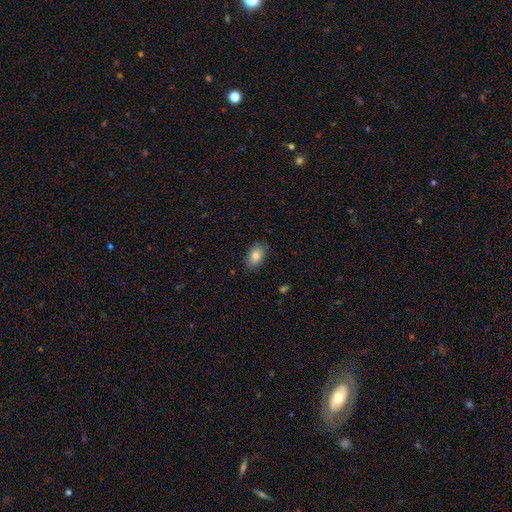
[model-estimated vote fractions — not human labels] Smooth or featured?
  - smooth: 82% *
  - featured or disk: 11%
  - star or artifact: 8%
How rounded?
  - in between: 90% *
  - round: 8%
  - cigar-shaped: 2%
Merging?
  - none: 85% *
  - minor disturbance: 12%
  - major disturbance: 2%
  - merger: 1%